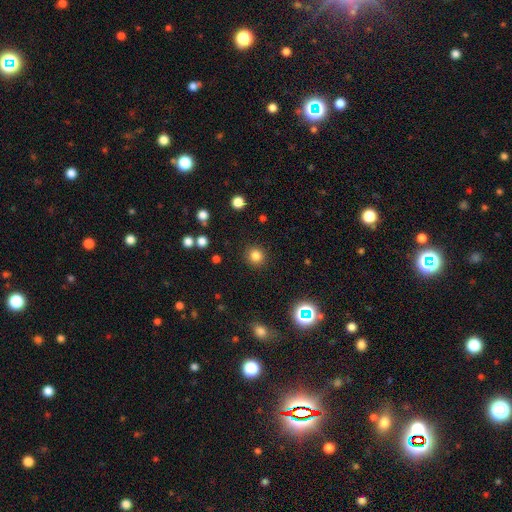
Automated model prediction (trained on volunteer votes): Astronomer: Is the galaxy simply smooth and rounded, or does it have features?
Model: smooth — 82%.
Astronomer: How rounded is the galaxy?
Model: round — 93%.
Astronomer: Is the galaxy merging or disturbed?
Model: none — 91%.